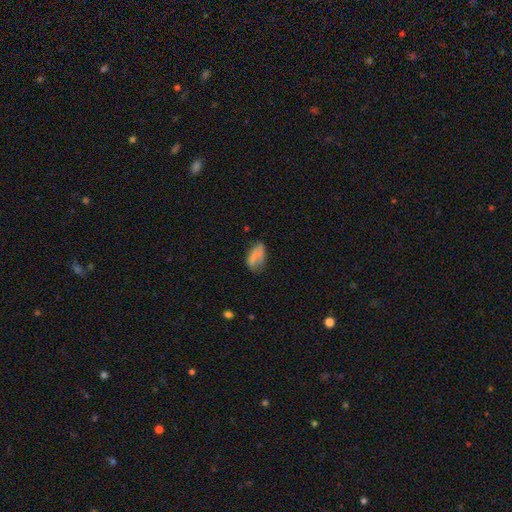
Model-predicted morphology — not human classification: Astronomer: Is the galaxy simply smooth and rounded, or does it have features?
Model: smooth — 71%.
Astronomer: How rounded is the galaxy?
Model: in between — 92%.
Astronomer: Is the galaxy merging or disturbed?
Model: none — 42% (runner-up: minor disturbance, 34%).